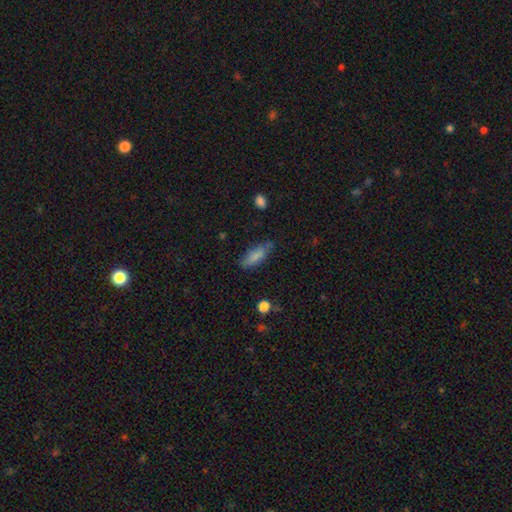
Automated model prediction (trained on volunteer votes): smooth_or_featured: smooth (p=0.81) [alt: featured or disk p=0.12]
how_rounded: in between (p=0.63) [alt: cigar-shaped p=0.35]
merging: none (p=0.70) [alt: minor disturbance p=0.23]